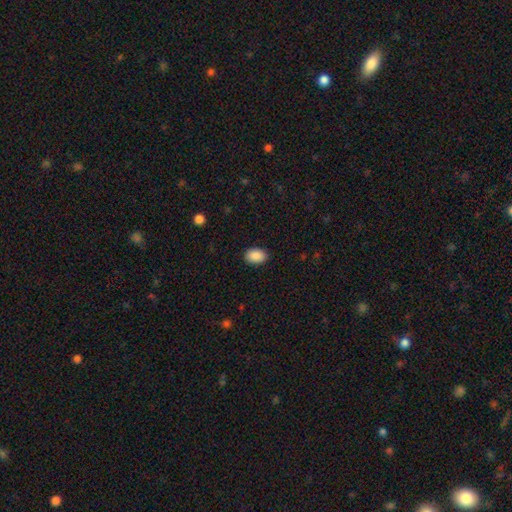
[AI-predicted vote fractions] Q: Smooth or featured?
A: smooth (90%); runner-up: star or artifact (7%)
Q: How rounded?
A: in between (84%); runner-up: round (15%)
Q: Merging?
A: none (89%); runner-up: minor disturbance (8%)